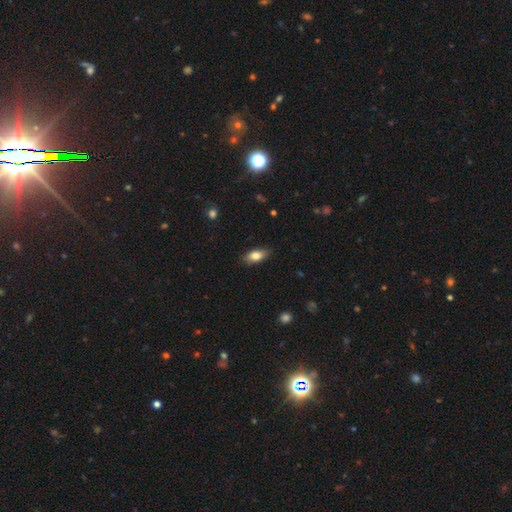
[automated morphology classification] A smooth galaxy with no disk features (80%) that is in between round and cigar-shaped (86%).

Vote fractions:
- Smooth or featured? smooth: 80% / featured or disk: 13% / star or artifact: 7%
- How rounded? in between: 86% / cigar-shaped: 10% / round: 4%
- Merging? none: 84% / minor disturbance: 13% / major disturbance: 2% / merger: 1%